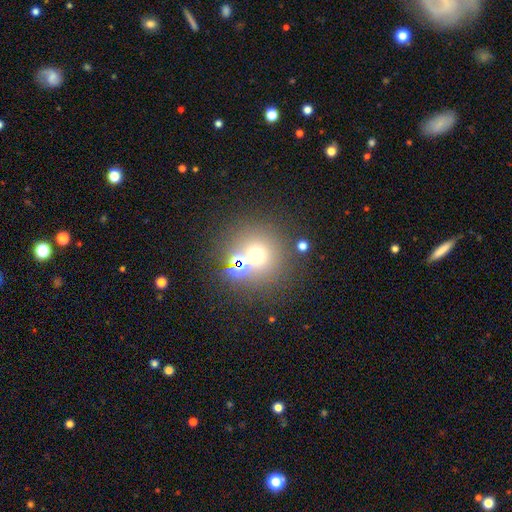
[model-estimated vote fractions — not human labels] The model was most divided on "smooth or featured": smooth: 59%, star or artifact: 30%, featured or disk: 11%. More confident: how rounded — round (94%); merging — none (73%).